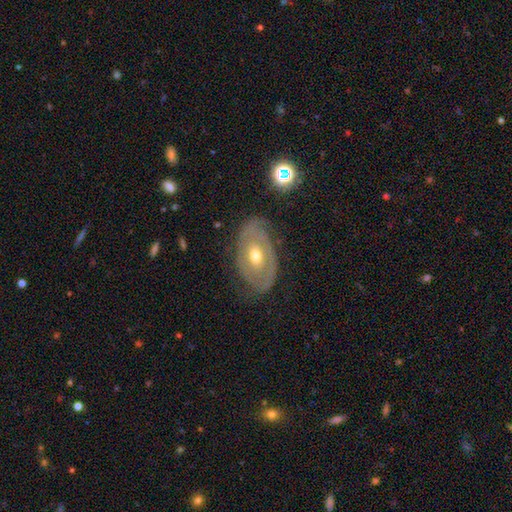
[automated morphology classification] Overall: featured or disk (68%). Edge-on disk: no (93%). Bar: no (71%). Spiral arms: yes (55%; no 45%). Bulge size: moderate (64%; small 31%). Merging: none (70%).